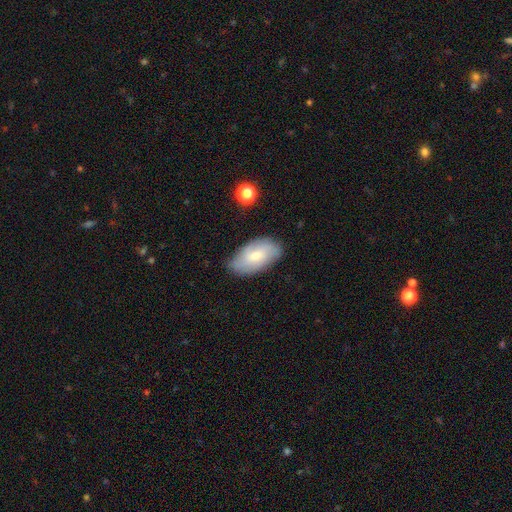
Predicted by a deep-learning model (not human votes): Smooth or featured?
  - smooth: 58% *
  - featured or disk: 35%
  - star or artifact: 7%
How rounded?
  - in between: 94% *
  - round: 4%
  - cigar-shaped: 3%
Merging?
  - none: 72% *
  - minor disturbance: 22%
  - major disturbance: 4%
  - merger: 2%